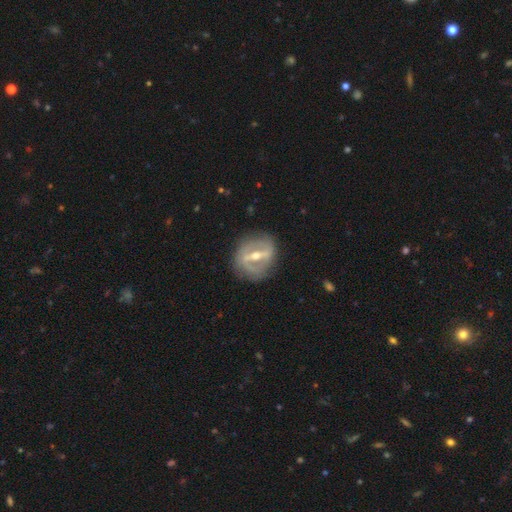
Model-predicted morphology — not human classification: The model was most divided on "spiral arms": yes: 59%, no: 41%. More confident: edge-on disk — no (88%); smooth or featured — featured or disk (83%); merging — none (82%); bar — strong (77%); bulge size — moderate (61%).